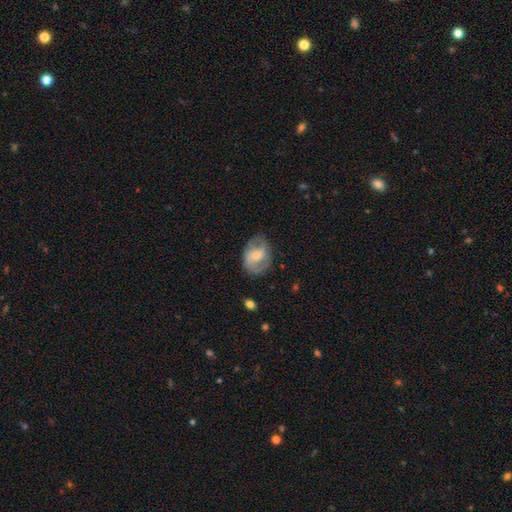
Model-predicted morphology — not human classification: Smooth or featured? featured or disk (61%)
Edge-on disk? no (96%)
Bar? weak (43%)
Spiral arms? yes (82%)
Bulge size? small (50%)
Merging? none (70%)